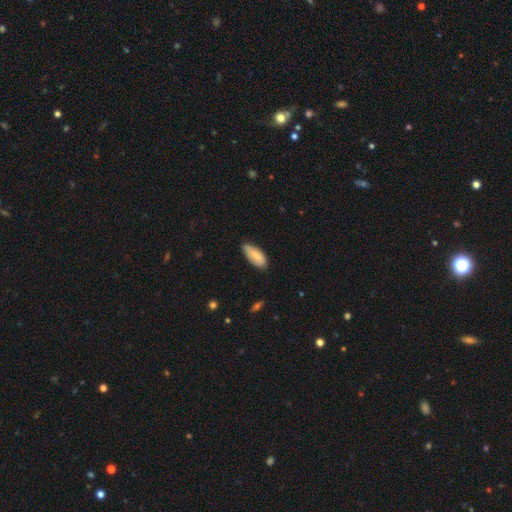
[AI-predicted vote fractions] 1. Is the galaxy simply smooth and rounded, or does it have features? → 82% smooth, 12% featured or disk, 6% star or artifact.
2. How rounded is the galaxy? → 81% in between, 17% cigar-shaped, 2% round.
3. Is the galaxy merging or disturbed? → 72% none, 23% minor disturbance, 3% major disturbance, 1% merger.